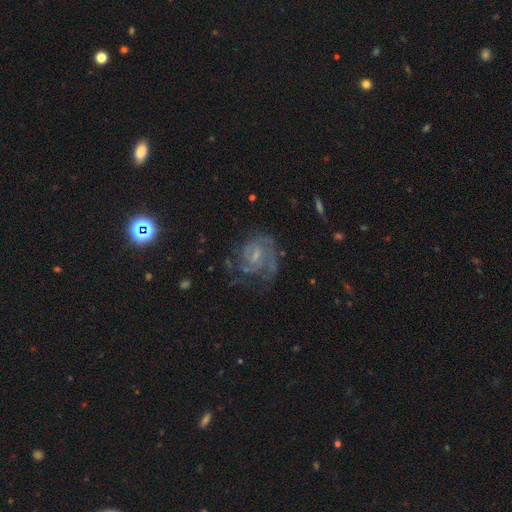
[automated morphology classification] smooth-or-featured: featured or disk: 78% | smooth: 12% | star or artifact: 10%
  disk-edge-on: no: 98% | yes: 2%
    bar: weak: 52% | no: 37% | strong: 11%
    has-spiral-arms: yes: 88% | no: 12%
      spiral-winding: tight: 49% | medium: 39% | loose: 12%
      spiral-arm-count: can't tell: 34% | 2: 32% | 3: 17% | 1: 7% | 4: 5% | more than 4: 4%
    bulge-size: small: 53% | moderate: 24% | none: 20% | large: 2% | dominant: 1%
  merging: none: 56% | major disturbance: 22% | minor disturbance: 20% | merger: 2%